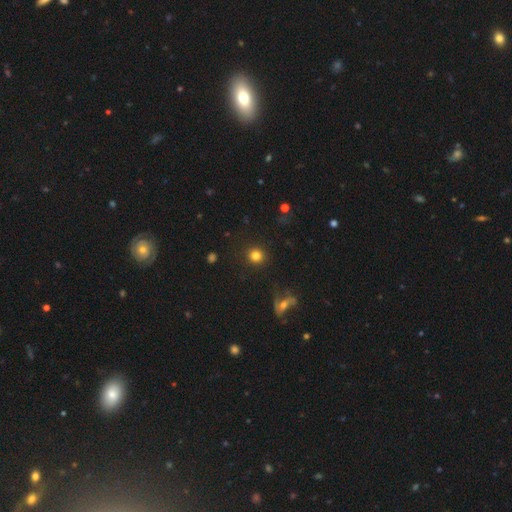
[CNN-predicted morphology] smooth_or_featured: smooth (p=0.81) [alt: star or artifact p=0.12]
how_rounded: round (p=0.92) [alt: in between p=0.07]
merging: none (p=0.89) [alt: minor disturbance p=0.06]